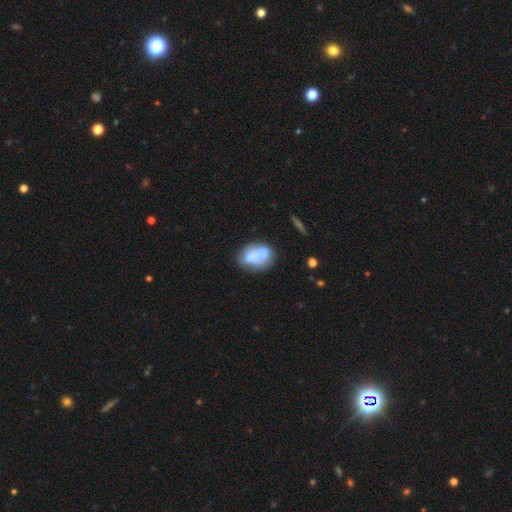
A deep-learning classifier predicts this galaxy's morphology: Smooth or featured?
  - smooth: 62% *
  - featured or disk: 30%
  - star or artifact: 8%
How rounded?
  - in between: 75% *
  - round: 24%
  - cigar-shaped: 1%
Merging?
  - none: 45% *
  - minor disturbance: 26%
  - merger: 16%
  - major disturbance: 12%